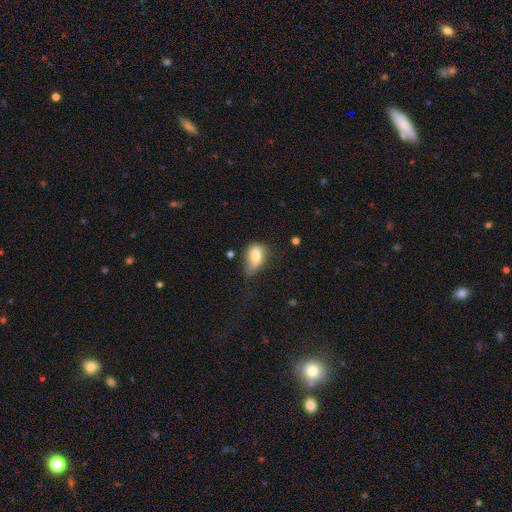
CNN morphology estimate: The model was most divided on "merging": minor disturbance: 42%, none: 33%, major disturbance: 20%, merger: 5%. More confident: how rounded — in between (84%); smooth or featured — smooth (73%).